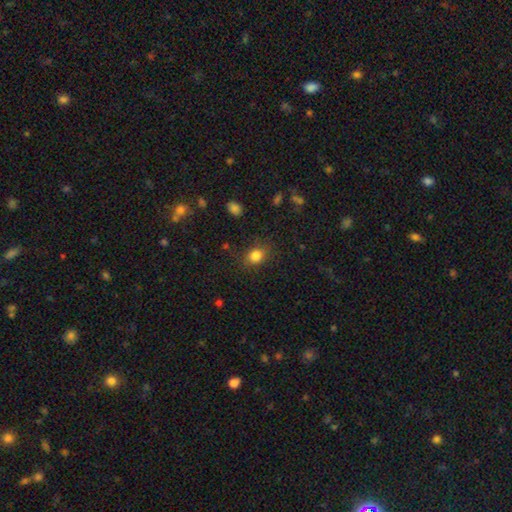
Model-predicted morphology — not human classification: The model was most divided on "how rounded": in between: 53%, round: 46%, cigar-shaped: 1%. More confident: smooth or featured — smooth (83%); merging — none (81%).